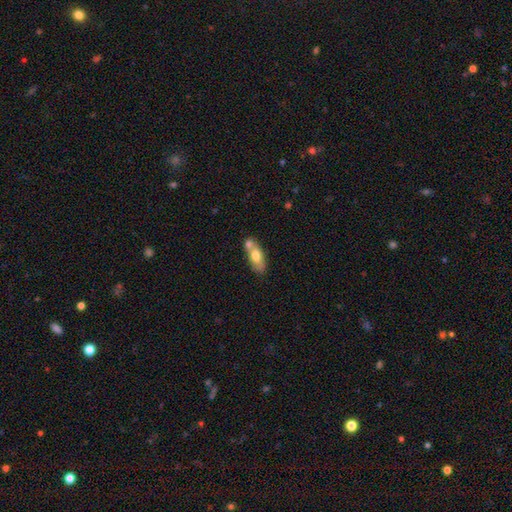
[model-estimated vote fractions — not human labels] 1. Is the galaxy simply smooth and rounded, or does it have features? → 66% smooth, 27% featured or disk, 7% star or artifact.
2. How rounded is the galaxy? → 77% in between, 18% cigar-shaped, 5% round.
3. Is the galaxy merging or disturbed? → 45% none, 36% merger, 14% minor disturbance, 4% major disturbance.